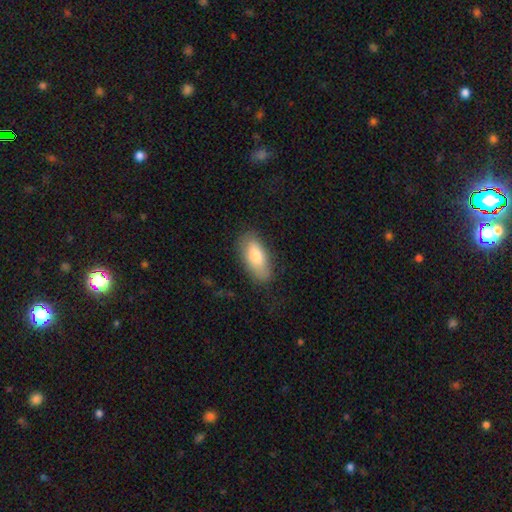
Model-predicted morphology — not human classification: type=smooth (78%); roundness=in between (86%); merging=none (75%).